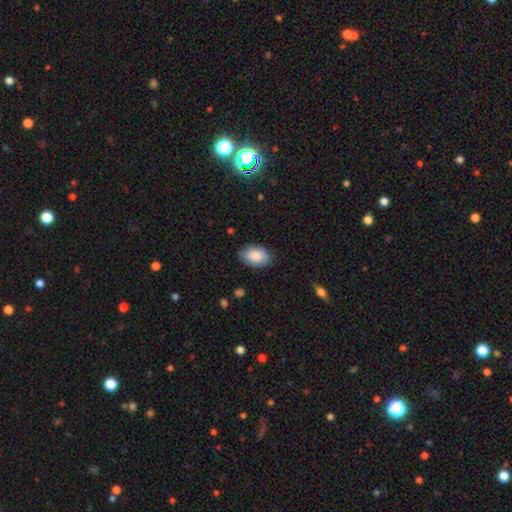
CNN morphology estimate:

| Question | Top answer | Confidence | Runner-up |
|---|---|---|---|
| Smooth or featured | smooth | 87% | featured or disk (7%) |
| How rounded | in between | 90% | round (9%) |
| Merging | none | 83% | minor disturbance (13%) |